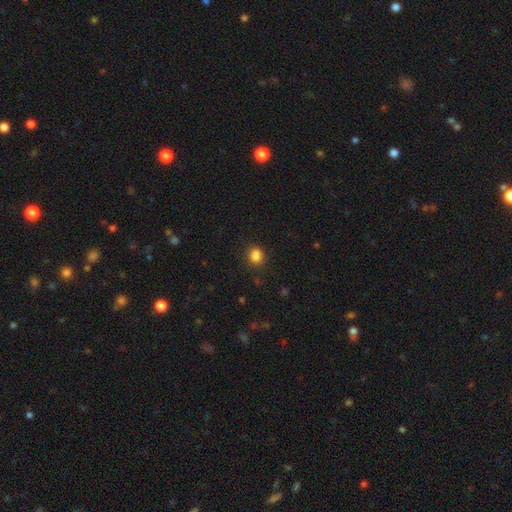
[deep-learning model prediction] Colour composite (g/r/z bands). It shows a smooth galaxy with no disk features (83%) that is round (56%). Merging: none (72%).